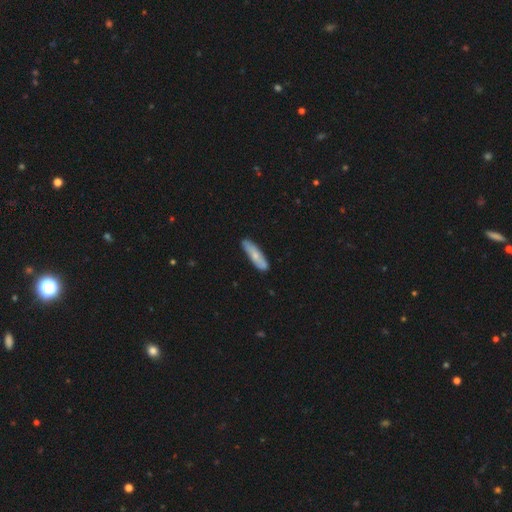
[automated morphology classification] The model was most divided on "smooth or featured": smooth: 66%, featured or disk: 29%, star or artifact: 6%. More confident: merging — none (83%); how rounded — cigar-shaped (72%).